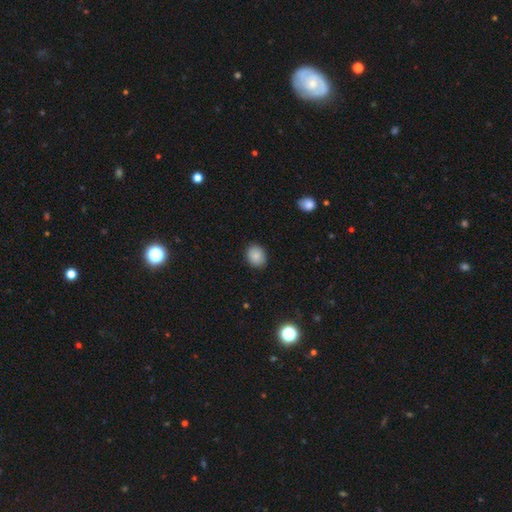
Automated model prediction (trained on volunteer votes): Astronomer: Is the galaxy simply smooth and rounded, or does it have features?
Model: smooth — 87%.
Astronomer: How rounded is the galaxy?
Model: round — 63%.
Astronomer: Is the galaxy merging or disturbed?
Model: none — 89%.